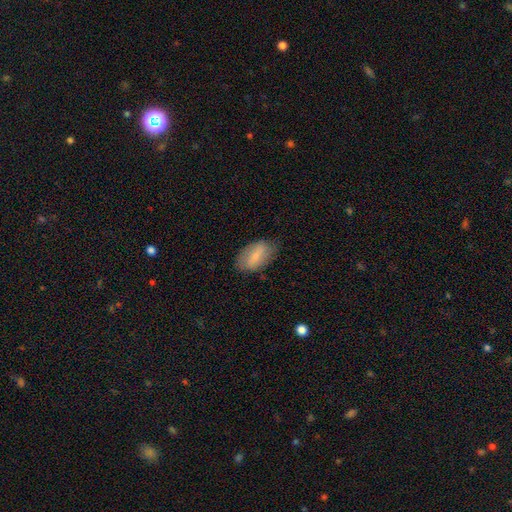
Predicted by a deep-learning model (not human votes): Q: Smooth or featured?
A: smooth (67%); runner-up: featured or disk (26%)
Q: How rounded?
A: in between (92%); runner-up: round (5%)
Q: Merging?
A: none (75%); runner-up: minor disturbance (19%)